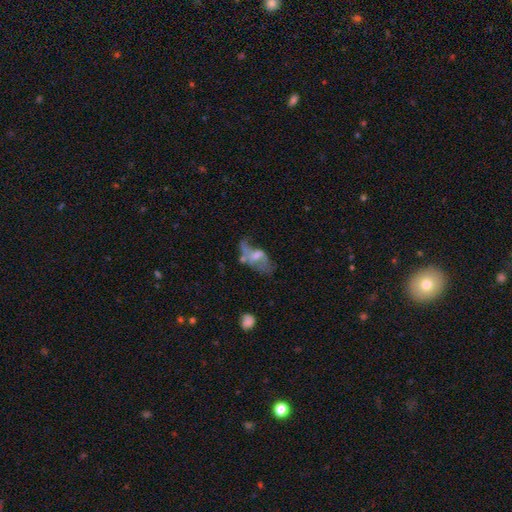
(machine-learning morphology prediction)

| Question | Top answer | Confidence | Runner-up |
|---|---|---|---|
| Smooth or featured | featured or disk | 65% | smooth (25%) |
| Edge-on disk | no | 94% | yes (6%) |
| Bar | weak | 46% | no (39%) |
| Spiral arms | yes | 66% | no (34%) |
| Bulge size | moderate | 36% | small (33%) |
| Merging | major disturbance | 36% | none (29%) |